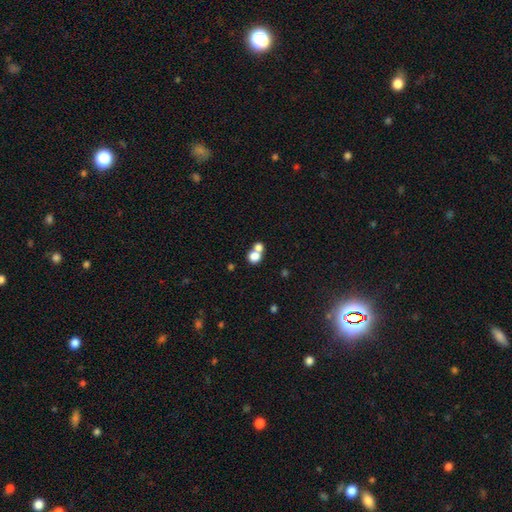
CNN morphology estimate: Smooth or featured?
  - smooth: 77% *
  - star or artifact: 13%
  - featured or disk: 10%
How rounded?
  - round: 75% *
  - in between: 24%
  - cigar-shaped: 1%
Merging?
  - merger: 54% *
  - none: 36%
  - minor disturbance: 6%
  - major disturbance: 4%